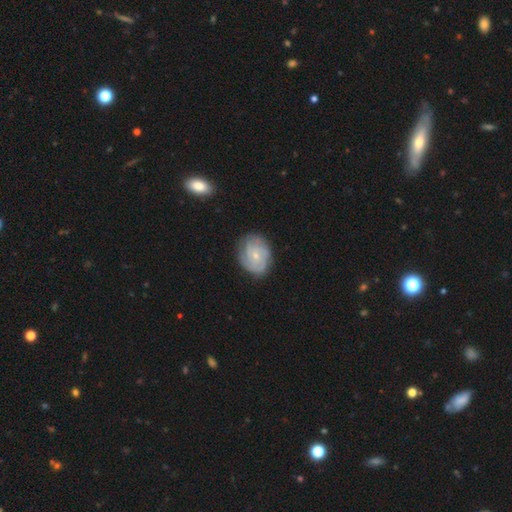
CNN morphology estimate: Smooth or featured: featured or disk — 73% (smooth — 21%)
Edge-on disk: no — 97% (yes — 3%)
Bar: no — 74% (weak — 22%)
Spiral arms: yes — 92% (no — 8%)
Spiral winding: tight — 67% (medium — 26%)
Spiral arm count: can't tell — 31% (3 — 26%)
Bulge size: small — 72% (moderate — 24%)
Merging: none — 77% (minor disturbance — 17%)